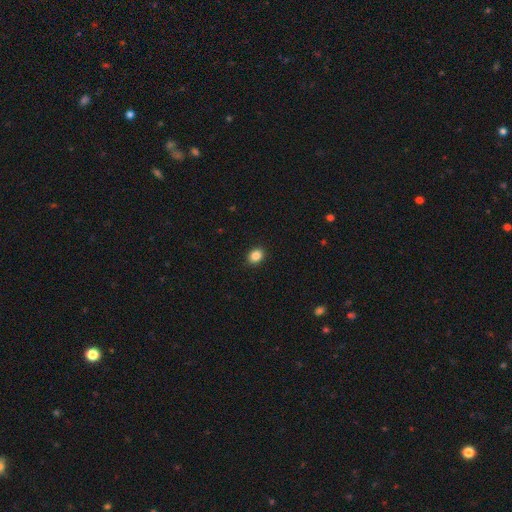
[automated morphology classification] Smooth or featured: smooth — 87% (star or artifact — 10%)
How rounded: round — 54% (in between — 46%)
Merging: none — 91% (minor disturbance — 6%)